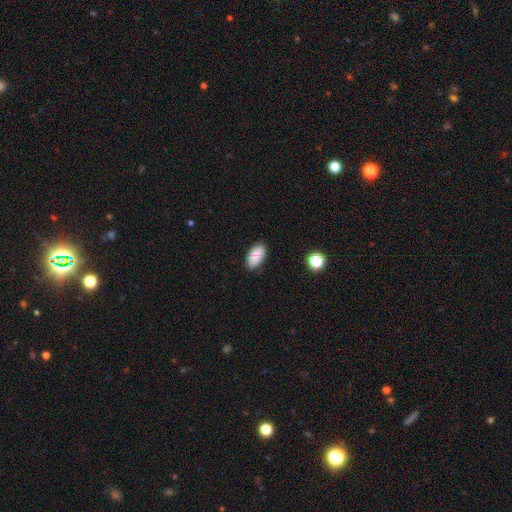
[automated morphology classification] type=smooth (89%); roundness=in between (94%); merging=none (86%).